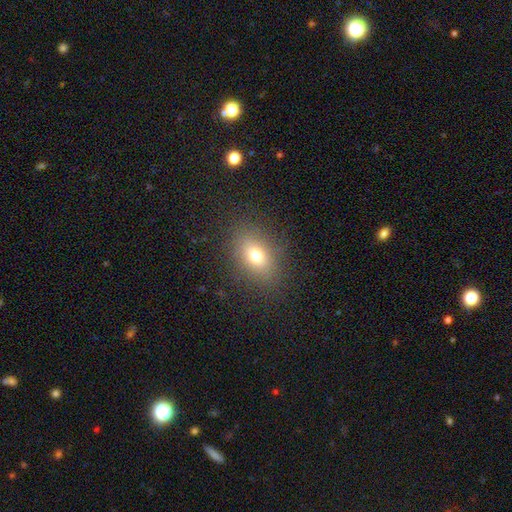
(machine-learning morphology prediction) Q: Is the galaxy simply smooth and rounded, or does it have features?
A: smooth — 73%.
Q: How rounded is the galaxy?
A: in between — 73%.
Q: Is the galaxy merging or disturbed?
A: none — 84%.